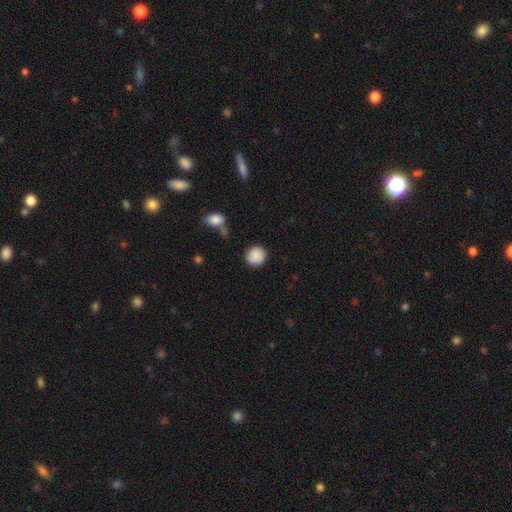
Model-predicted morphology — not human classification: smooth 89%, star or artifact 8%, featured or disk 3%. Down the decision tree: how rounded — round (90%); merging — none (86%).